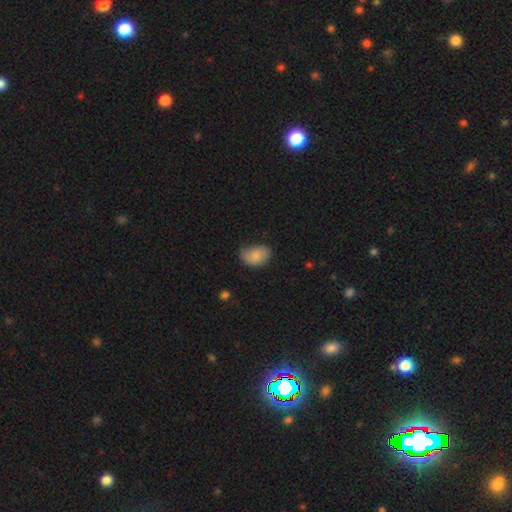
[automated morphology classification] This appears to be a smooth galaxy with no disk features (77%) that is in between round and cigar-shaped (79%). Merging: none (48%).